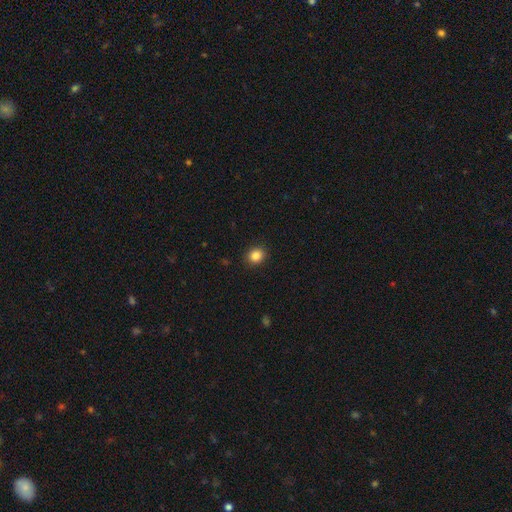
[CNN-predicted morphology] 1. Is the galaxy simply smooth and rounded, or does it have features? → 86% smooth, 10% star or artifact, 4% featured or disk.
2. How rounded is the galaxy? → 73% round, 26% in between, 1% cigar-shaped.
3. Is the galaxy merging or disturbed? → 90% none, 7% minor disturbance, 2% major disturbance, 1% merger.